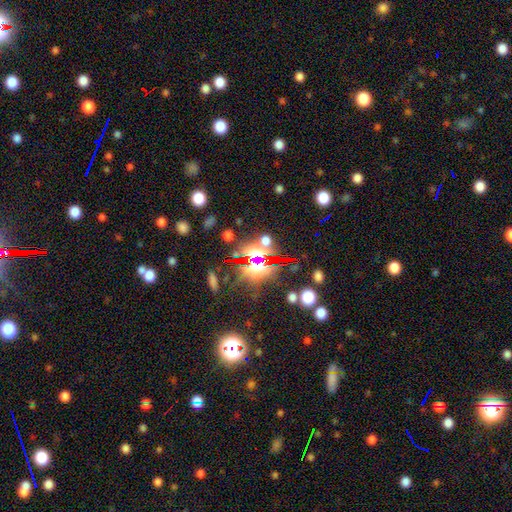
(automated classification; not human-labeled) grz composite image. It shows a star or artifact, not a galaxy (73%).